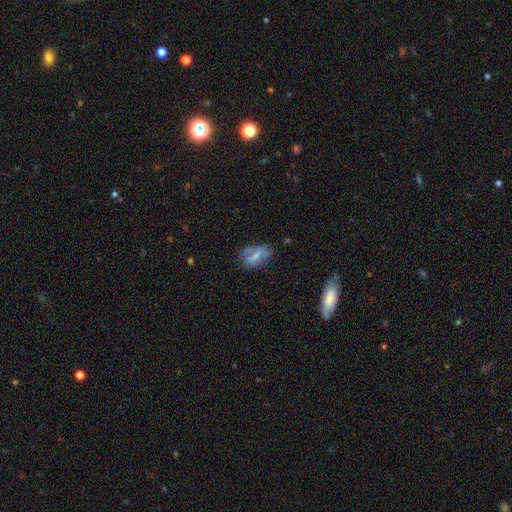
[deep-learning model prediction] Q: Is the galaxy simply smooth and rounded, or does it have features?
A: smooth — 66%.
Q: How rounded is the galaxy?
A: in between — 86%.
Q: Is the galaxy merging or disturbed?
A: none — 60%.